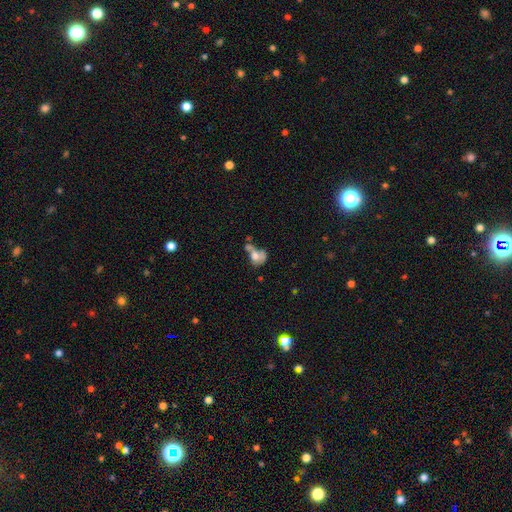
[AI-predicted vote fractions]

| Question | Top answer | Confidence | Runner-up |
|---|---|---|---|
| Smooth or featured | smooth | 58% | featured or disk (31%) |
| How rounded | in between | 65% | round (33%) |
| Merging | merger | 49% | major disturbance (21%) |